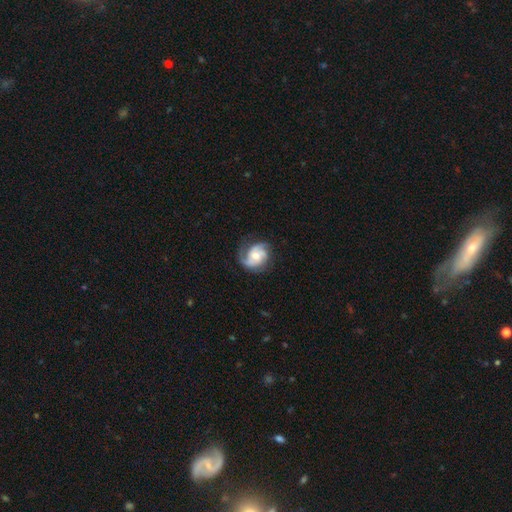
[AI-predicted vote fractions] smooth_or_featured: featured or disk (p=0.83) [alt: smooth p=0.12]
disk_edge_on: no (p=0.98) [alt: yes p=0.02]
bar: no (p=0.61) [alt: weak p=0.31]
has_spiral_arms: yes (p=0.97) [alt: no p=0.03]
spiral_winding: medium (p=0.47) [alt: tight p=0.35]
spiral_arm_count: 3 (p=0.44) [alt: 2 p=0.35]
bulge_size: moderate (p=0.57) [alt: small p=0.34]
merging: none (p=0.68) [alt: minor disturbance p=0.20]